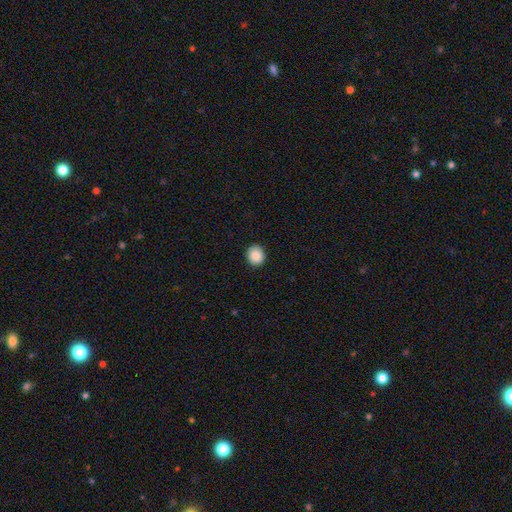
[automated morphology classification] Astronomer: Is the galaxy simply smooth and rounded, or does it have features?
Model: smooth — 88%.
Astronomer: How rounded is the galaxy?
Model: round — 79%.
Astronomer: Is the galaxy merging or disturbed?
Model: none — 91%.